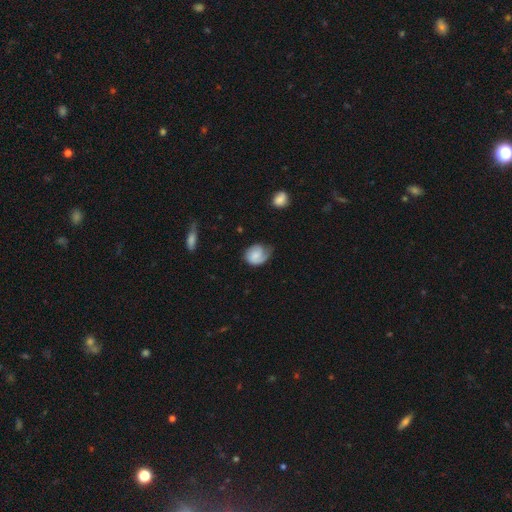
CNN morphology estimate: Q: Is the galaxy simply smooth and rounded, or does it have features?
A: smooth — 53%.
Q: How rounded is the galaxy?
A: round — 59%.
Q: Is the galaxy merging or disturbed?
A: none — 49%.